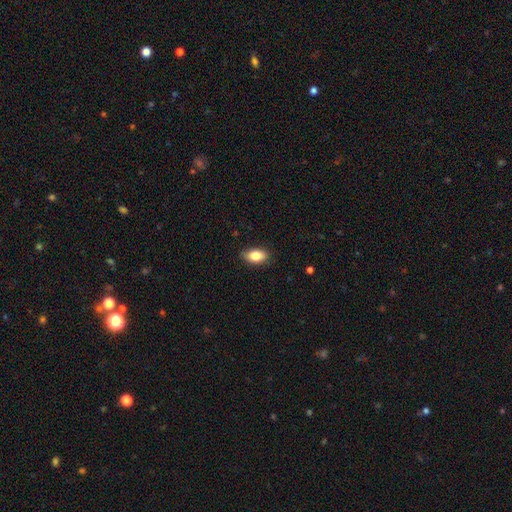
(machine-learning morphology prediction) Overall: smooth (83%). How rounded: in between (90%). Merging: none (85%).